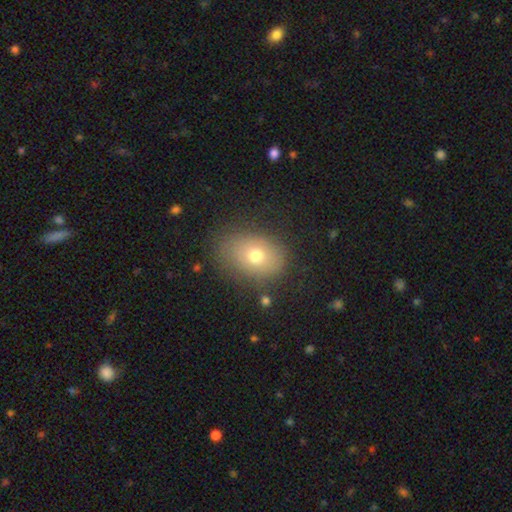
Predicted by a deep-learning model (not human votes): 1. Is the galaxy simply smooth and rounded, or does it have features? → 70% smooth, 18% featured or disk, 12% star or artifact.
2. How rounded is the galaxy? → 66% in between, 33% round, 1% cigar-shaped.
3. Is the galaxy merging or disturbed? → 75% none, 17% minor disturbance, 7% major disturbance, 2% merger.